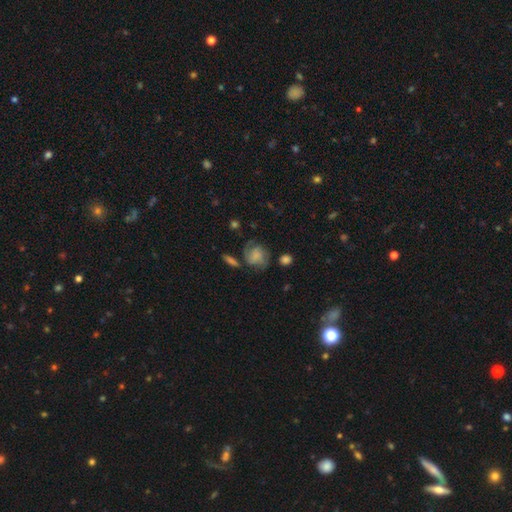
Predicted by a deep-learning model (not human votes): Q: Smooth or featured?
A: featured or disk (53%); runner-up: smooth (38%)
Q: Edge-on disk?
A: no (97%); runner-up: yes (3%)
Q: Bar?
A: no (66%); runner-up: weak (28%)
Q: Spiral arms?
A: yes (87%); runner-up: no (13%)
Q: Bulge size?
A: none (41%); runner-up: small (29%)
Q: Merging?
A: none (55%); runner-up: minor disturbance (23%)